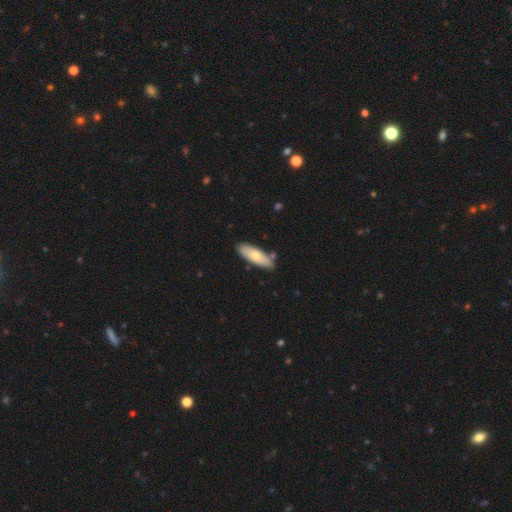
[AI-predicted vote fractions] Smooth or featured? smooth (68%)
How rounded? in between (64%)
Merging? none (81%)